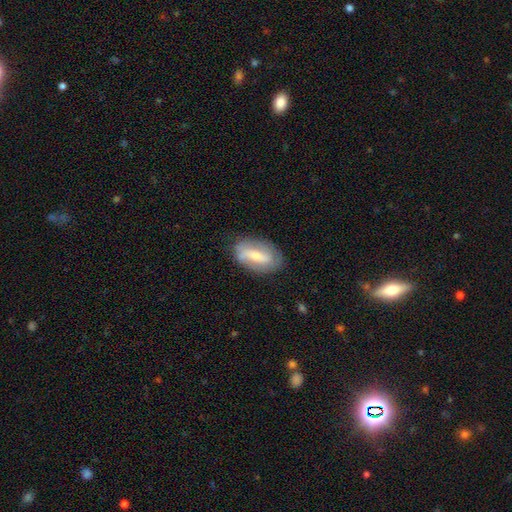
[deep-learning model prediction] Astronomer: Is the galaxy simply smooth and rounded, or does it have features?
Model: featured or disk — 57% (runner-up: smooth, 36%).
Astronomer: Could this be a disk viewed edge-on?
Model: no — 91%.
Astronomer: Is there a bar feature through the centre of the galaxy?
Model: strong — 40% (runner-up: weak, 38%).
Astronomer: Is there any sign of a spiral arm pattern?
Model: yes — 71%.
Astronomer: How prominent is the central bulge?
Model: moderate — 49% (runner-up: small, 42%).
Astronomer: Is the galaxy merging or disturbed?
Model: none — 78%.